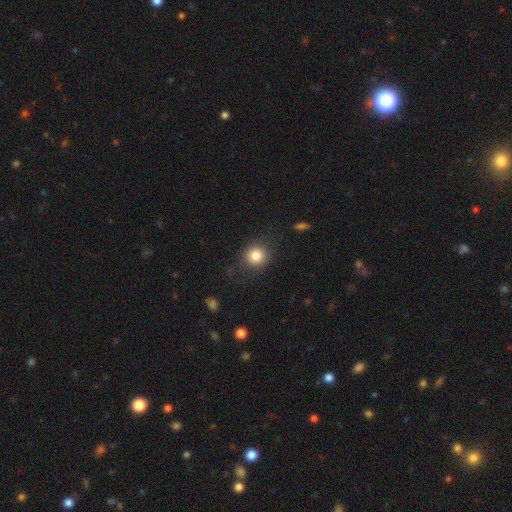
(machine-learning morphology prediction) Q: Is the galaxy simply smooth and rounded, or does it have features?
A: smooth — 83%.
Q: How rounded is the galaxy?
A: round — 88%.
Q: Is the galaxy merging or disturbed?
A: none — 82%.